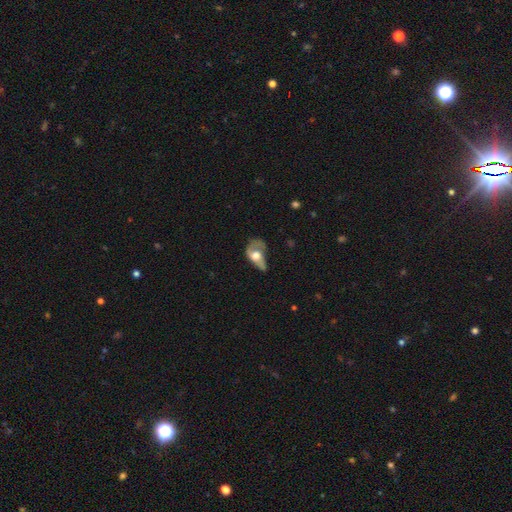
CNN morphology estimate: Smooth or featured? Predicted: featured or disk (p=0.48). Merging? Predicted: major disturbance (p=0.52).